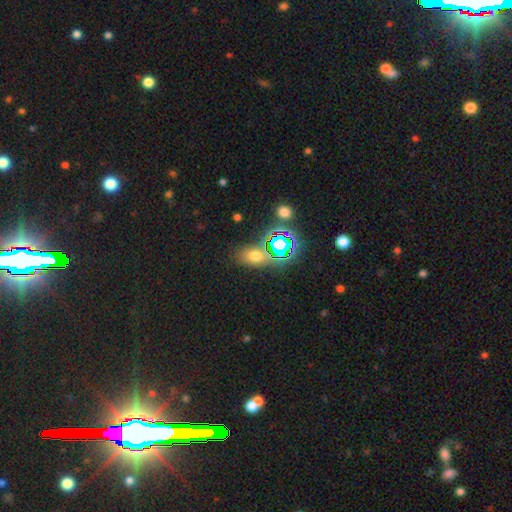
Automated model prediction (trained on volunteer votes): This appears to be a smooth galaxy with no disk features (57%) that is in between round and cigar-shaped (74%). Merging: none (76%).